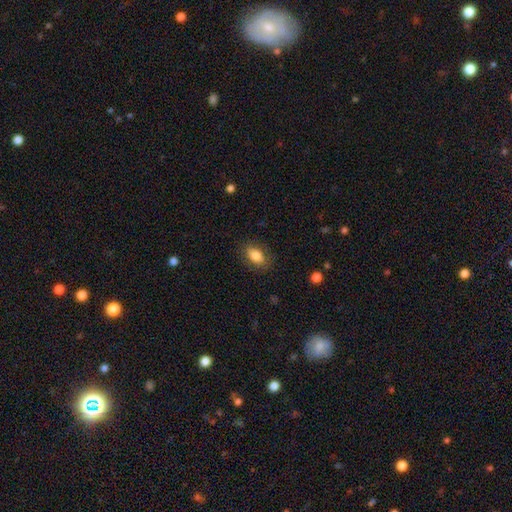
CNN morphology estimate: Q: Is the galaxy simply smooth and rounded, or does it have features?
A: smooth — 84%.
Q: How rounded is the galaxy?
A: in between — 87%.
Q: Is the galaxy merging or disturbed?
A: none — 83%.